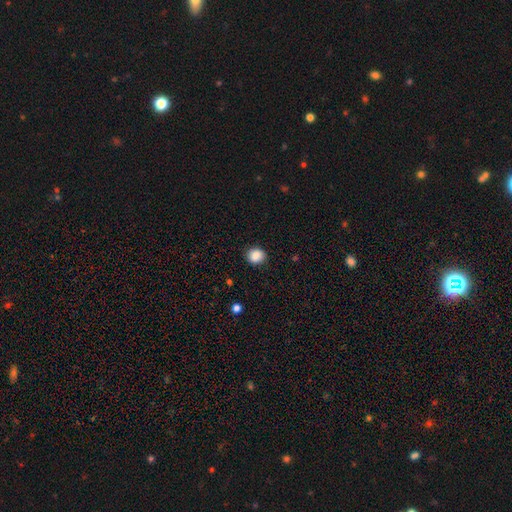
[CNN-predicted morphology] The model was most divided on "how rounded": round: 78%, in between: 21%, cigar-shaped: 1%. More confident: merging — none (88%); smooth or featured — smooth (87%).